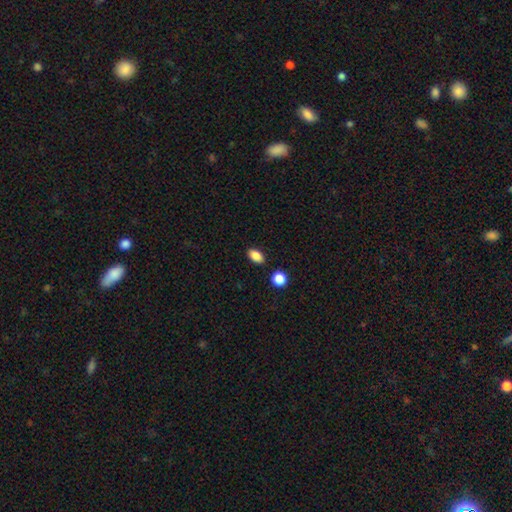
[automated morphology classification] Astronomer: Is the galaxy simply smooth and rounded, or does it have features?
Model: smooth — 86%.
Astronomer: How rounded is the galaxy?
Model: in between — 88%.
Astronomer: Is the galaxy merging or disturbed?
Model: none — 86%.